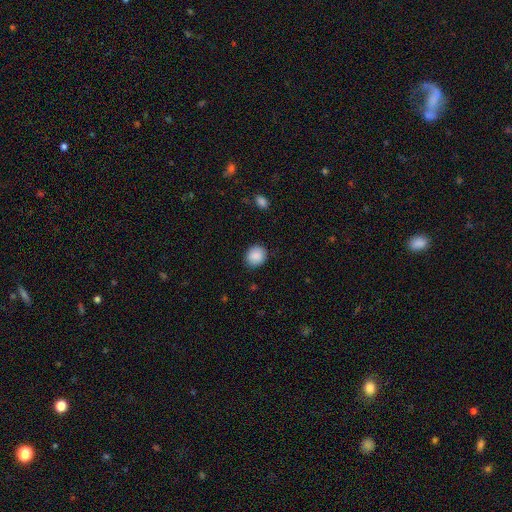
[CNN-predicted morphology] Q: Smooth or featured?
A: smooth (89%); runner-up: star or artifact (8%)
Q: How rounded?
A: round (73%); runner-up: in between (26%)
Q: Merging?
A: none (87%); runner-up: minor disturbance (10%)